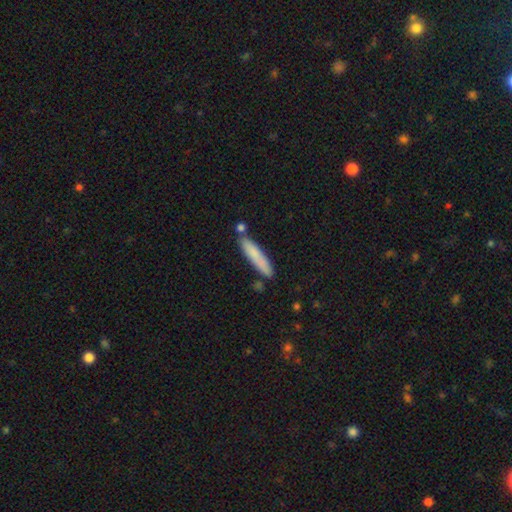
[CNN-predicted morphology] smooth 79%, featured or disk 15%, star or artifact 6%. Down the decision tree: how rounded — cigar-shaped (87%); merging — none (76%).